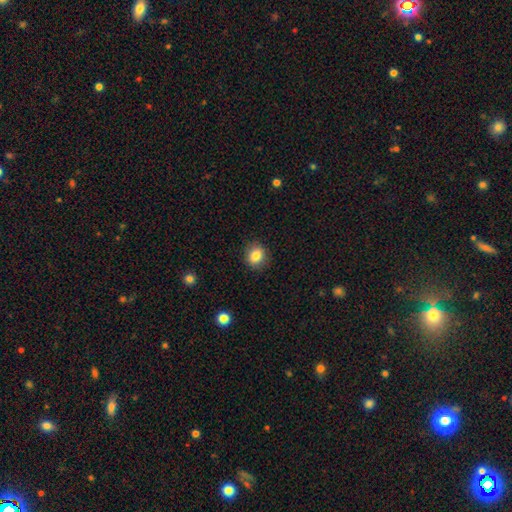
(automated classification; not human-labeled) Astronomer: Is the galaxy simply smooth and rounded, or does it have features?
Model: smooth — 84%.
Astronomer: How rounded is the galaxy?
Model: round — 72%.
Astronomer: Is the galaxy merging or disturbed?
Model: none — 89%.